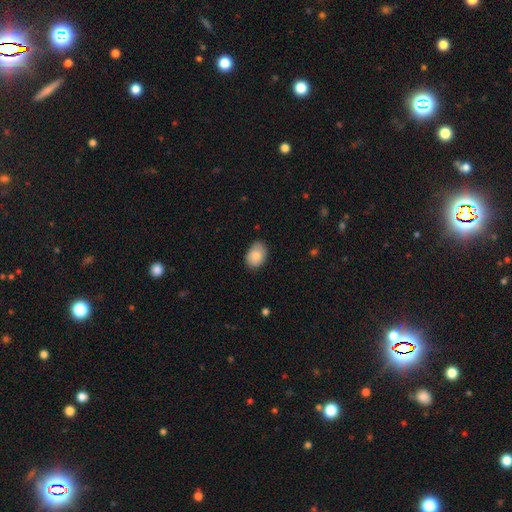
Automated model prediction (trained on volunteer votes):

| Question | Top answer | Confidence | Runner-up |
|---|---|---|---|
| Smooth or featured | smooth | 82% | featured or disk (11%) |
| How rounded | in between | 80% | round (19%) |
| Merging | none | 76% | minor disturbance (20%) |